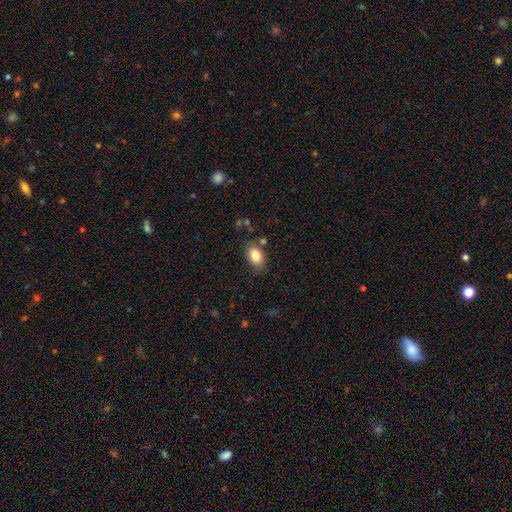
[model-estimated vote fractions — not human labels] smooth-or-featured: smooth: 83% | featured or disk: 9% | star or artifact: 8%
  how-rounded: in between: 88% | round: 10% | cigar-shaped: 2%
  merging: none: 77% | minor disturbance: 15% | merger: 4% | major disturbance: 4%